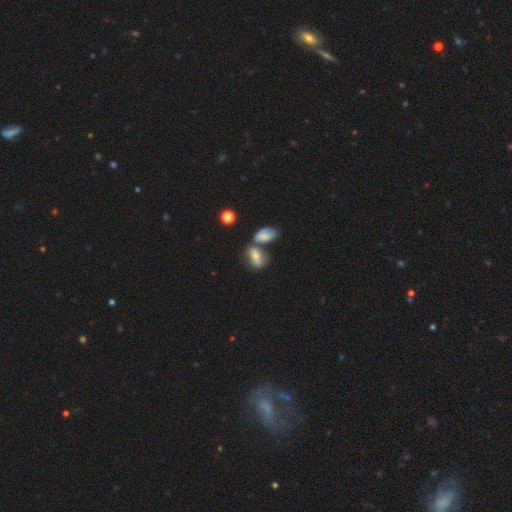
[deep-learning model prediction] smooth-or-featured: smooth: 59% | featured or disk: 29% | star or artifact: 13%
  how-rounded: in between: 79% | round: 15% | cigar-shaped: 6%
  merging: merger: 45% | none: 33% | minor disturbance: 14% | major disturbance: 7%